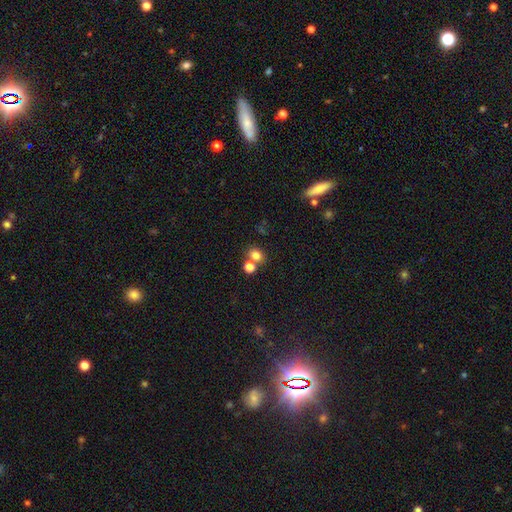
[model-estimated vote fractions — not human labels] Smooth or featured? smooth (78%)
How rounded? round (60%)
Merging? none (57%)